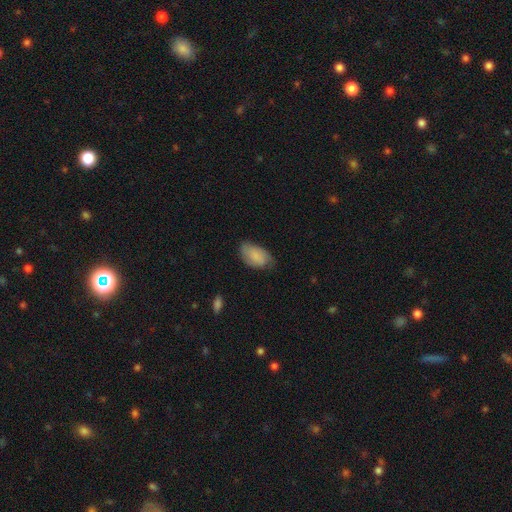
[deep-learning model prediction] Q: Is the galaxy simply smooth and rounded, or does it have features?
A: smooth — 81%.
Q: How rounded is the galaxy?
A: in between — 93%.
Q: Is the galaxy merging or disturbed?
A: none — 62%.